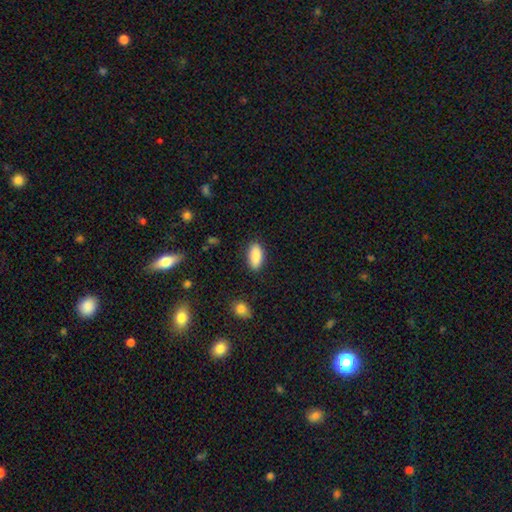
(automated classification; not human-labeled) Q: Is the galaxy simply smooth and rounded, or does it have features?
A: smooth — 88%.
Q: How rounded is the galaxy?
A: in between — 89%.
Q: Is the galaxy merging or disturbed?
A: none — 85%.